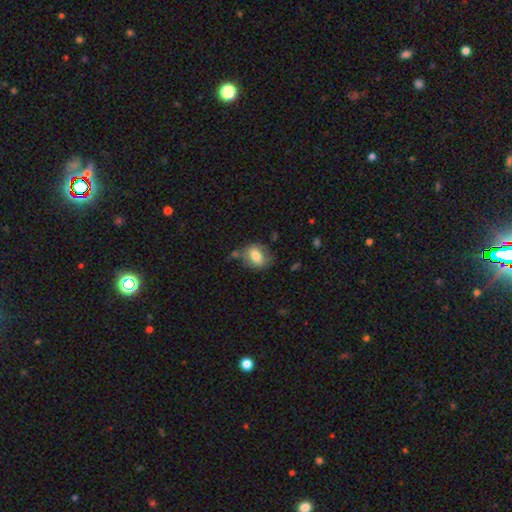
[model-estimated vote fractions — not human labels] The model was most divided on "how rounded": in between: 65%, round: 33%, cigar-shaped: 2%. More confident: smooth or featured — smooth (72%); merging — none (65%).